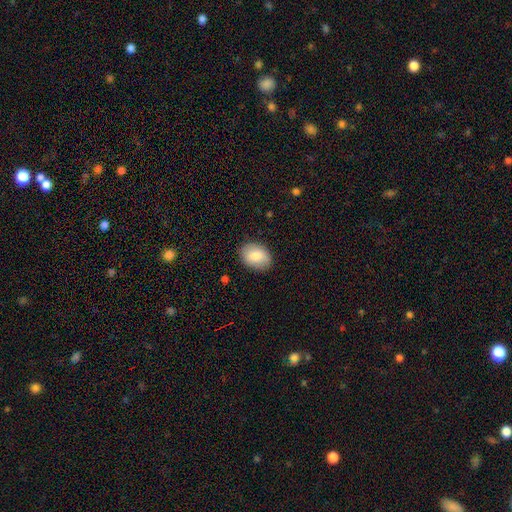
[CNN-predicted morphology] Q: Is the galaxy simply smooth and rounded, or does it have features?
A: smooth — 81%.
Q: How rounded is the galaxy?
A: in between — 72%.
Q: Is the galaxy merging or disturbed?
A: none — 86%.